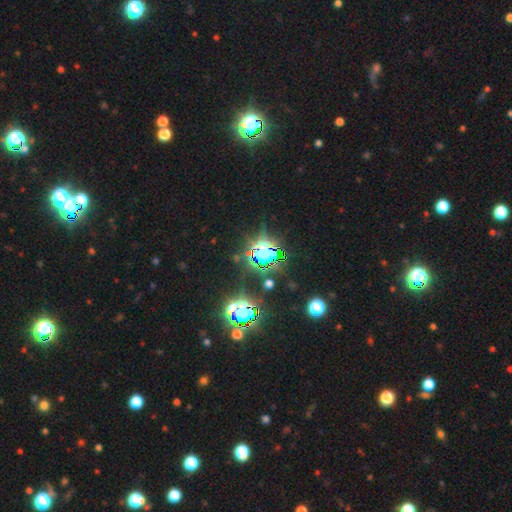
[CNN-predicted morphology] The model was most divided on "smooth or featured": star or artifact: 83%, smooth: 10%, featured or disk: 7%.